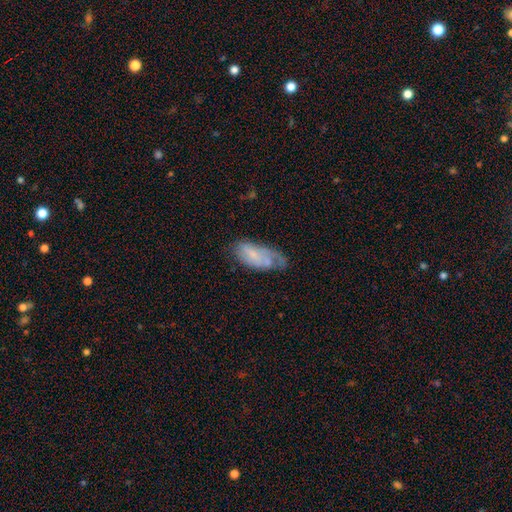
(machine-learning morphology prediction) A featured or disk galaxy (47%).

Vote fractions:
- Smooth or featured? featured or disk: 47% / smooth: 45% / star or artifact: 8%
- Merging? none: 37% / minor disturbance: 34% / major disturbance: 25% / merger: 5%